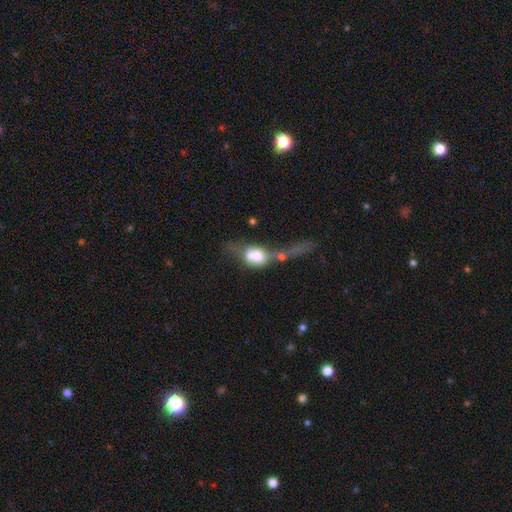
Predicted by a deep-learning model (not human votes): smooth-or-featured: smooth: 52% | featured or disk: 37% | star or artifact: 11%
  how-rounded: in between: 63% | round: 29% | cigar-shaped: 8%
  merging: merger: 52% | major disturbance: 23% | none: 15% | minor disturbance: 10%